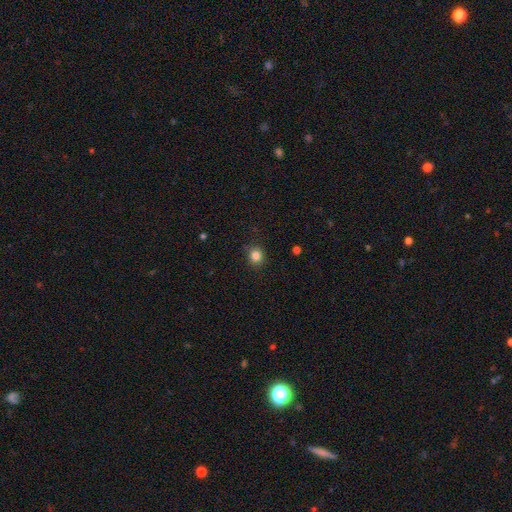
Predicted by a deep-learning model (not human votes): smooth 83%, star or artifact 12%, featured or disk 5%. Down the decision tree: how rounded — round (83%); merging — none (86%).